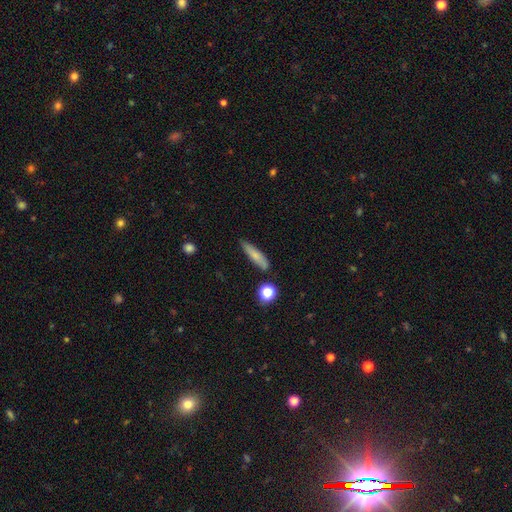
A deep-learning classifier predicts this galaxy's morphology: Q: Smooth or featured?
A: smooth (74%); runner-up: featured or disk (17%)
Q: How rounded?
A: cigar-shaped (76%); runner-up: in between (21%)
Q: Merging?
A: none (79%); runner-up: minor disturbance (15%)